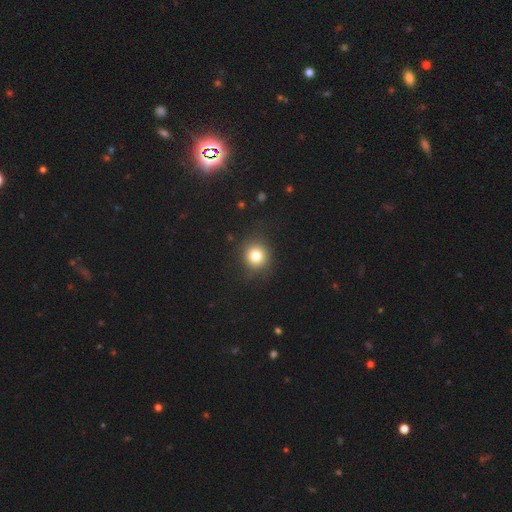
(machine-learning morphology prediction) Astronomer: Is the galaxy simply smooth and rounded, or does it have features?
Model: smooth — 79%.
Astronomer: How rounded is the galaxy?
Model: round — 90%.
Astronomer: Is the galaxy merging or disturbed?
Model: none — 86%.